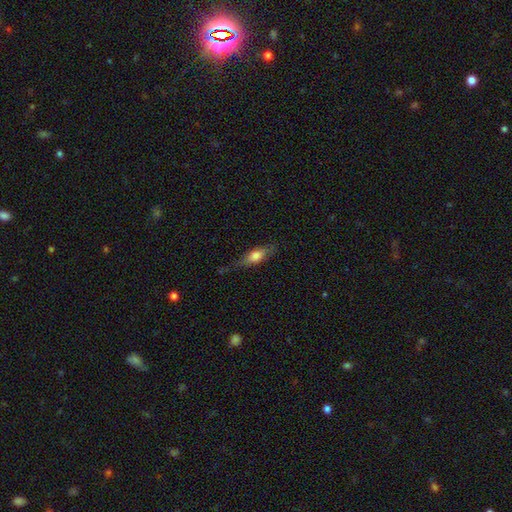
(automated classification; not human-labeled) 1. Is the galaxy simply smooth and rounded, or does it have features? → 62% smooth, 31% featured or disk, 7% star or artifact.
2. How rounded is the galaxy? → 58% in between, 38% cigar-shaped, 4% round.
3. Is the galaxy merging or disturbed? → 66% none, 24% minor disturbance, 8% major disturbance, 2% merger.